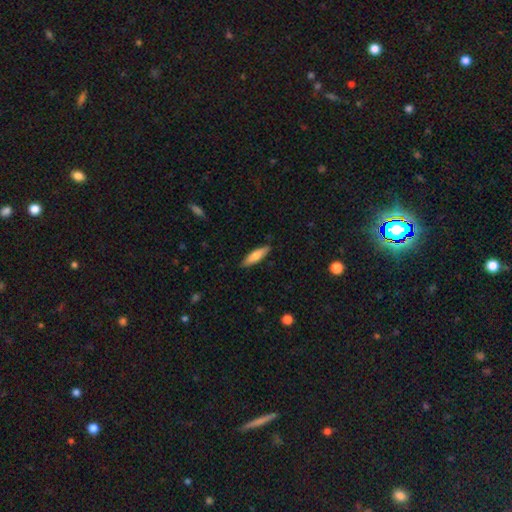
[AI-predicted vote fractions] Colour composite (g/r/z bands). It shows a smooth galaxy with no disk features (72%) that is cigar-shaped (66%). Merging: none (86%).